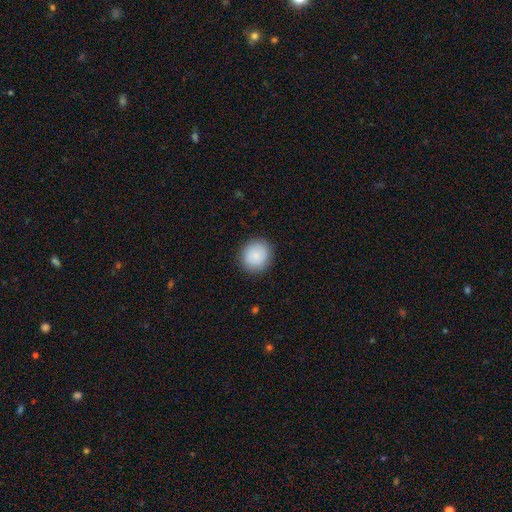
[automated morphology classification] smooth-or-featured: smooth: 86% | star or artifact: 7% | featured or disk: 7%
  how-rounded: round: 88% | in between: 11% | cigar-shaped: 1%
  merging: none: 89% | minor disturbance: 7% | major disturbance: 2% | merger: 1%